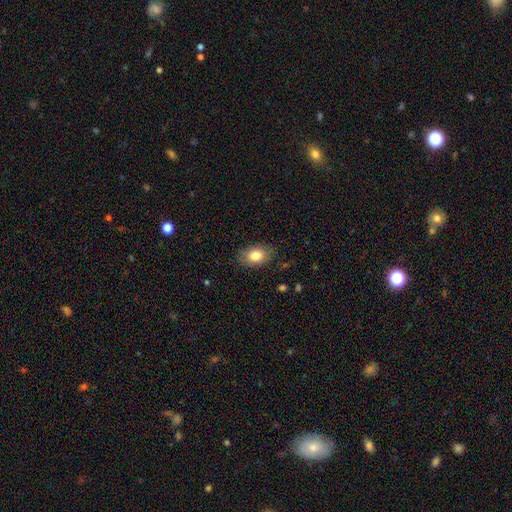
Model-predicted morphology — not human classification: Q: Smooth or featured?
A: smooth (83%); runner-up: featured or disk (9%)
Q: How rounded?
A: in between (82%); runner-up: round (17%)
Q: Merging?
A: none (84%); runner-up: minor disturbance (12%)